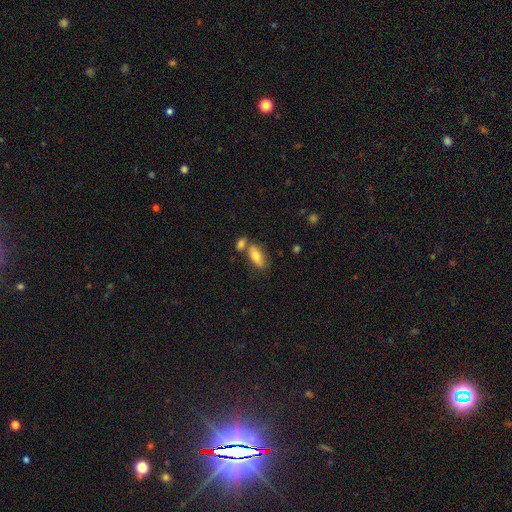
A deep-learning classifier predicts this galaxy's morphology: smooth 74%, featured or disk 19%, star or artifact 7%. Down the decision tree: how rounded — in between (84%); merging — none (55%).